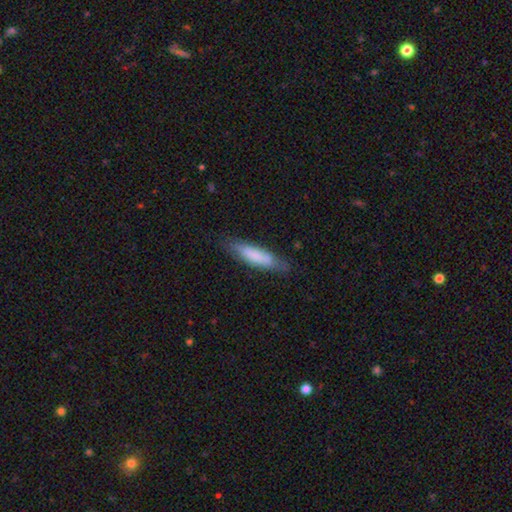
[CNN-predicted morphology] The model was most divided on "how rounded": cigar-shaped: 74%, in between: 24%, round: 1%. More confident: merging — none (77%); smooth or featured — smooth (75%).